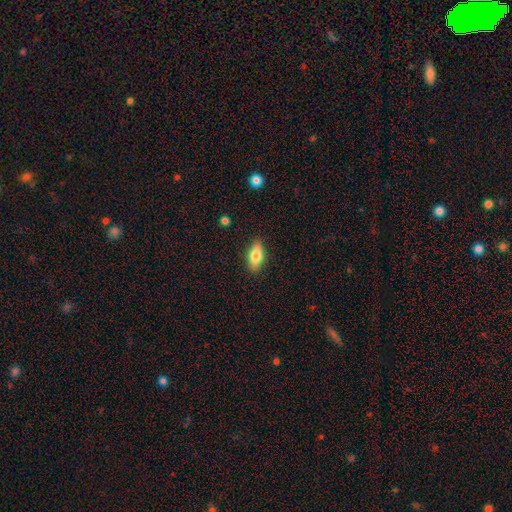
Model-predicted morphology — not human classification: Smooth or featured?
  - smooth: 77% *
  - featured or disk: 17%
  - star or artifact: 7%
How rounded?
  - in between: 82% *
  - cigar-shaped: 14%
  - round: 3%
Merging?
  - none: 87% *
  - minor disturbance: 10%
  - major disturbance: 2%
  - merger: 1%